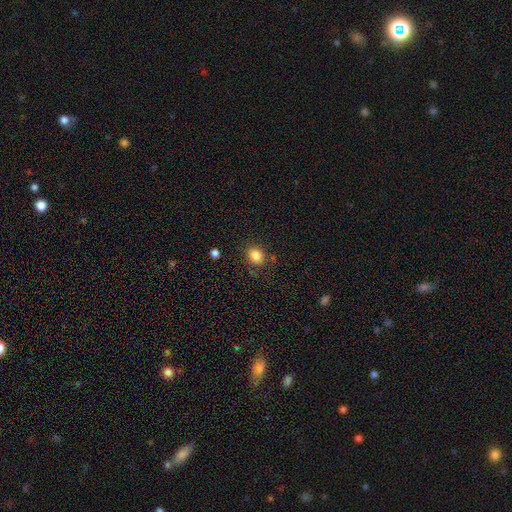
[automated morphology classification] Overall: smooth (83%). How rounded: round (62%; in between 37%). Merging: none (82%).